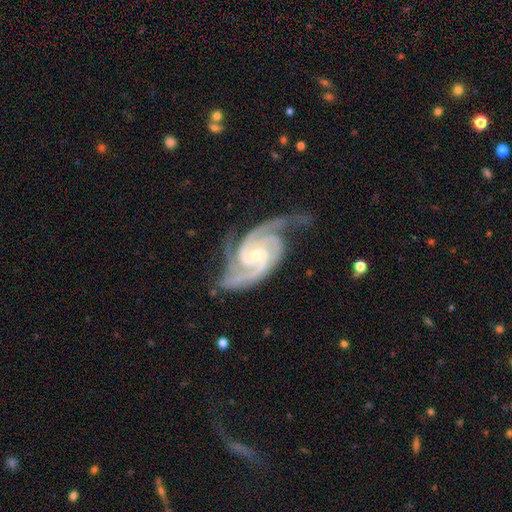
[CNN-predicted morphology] Smooth or featured? Predicted: featured or disk (p=0.95). Edge-on disk? Predicted: no (p=0.98). Bar? Predicted: weak (p=0.43). Spiral arms? Predicted: yes (p=0.99). Spiral winding? Predicted: tight (p=0.51). Spiral arm count? Predicted: 2 (p=0.48). Bulge size? Predicted: small (p=0.66). Merging? Predicted: none (p=0.64).